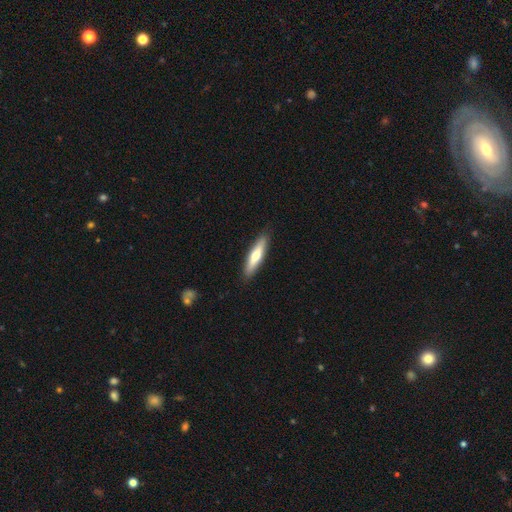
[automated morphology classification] A smooth galaxy with no disk features (60%) that is cigar-shaped (79%).

Vote fractions:
- Smooth or featured? smooth: 60% / featured or disk: 35% / star or artifact: 5%
- How rounded? cigar-shaped: 79% / in between: 20% / round: 1%
- Merging? none: 89% / minor disturbance: 9% / major disturbance: 2% / merger: 1%